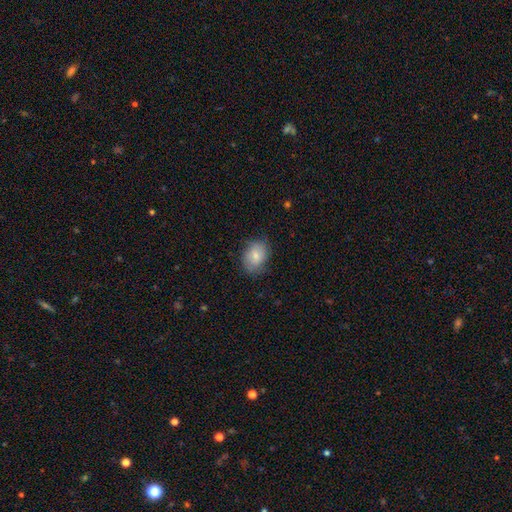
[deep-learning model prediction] smooth 79%, featured or disk 14%, star or artifact 7%. Down the decision tree: how rounded — in between (71%); merging — none (75%).